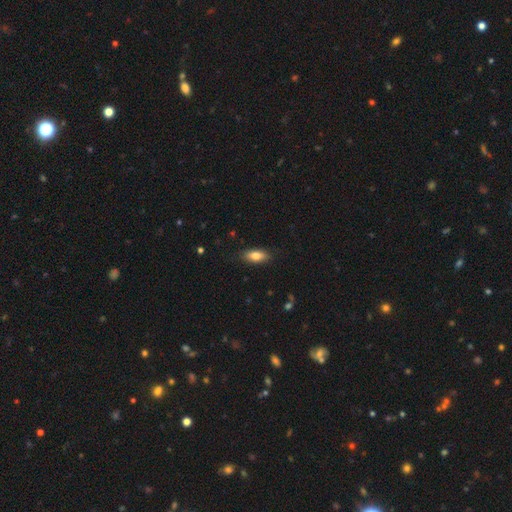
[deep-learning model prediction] Smooth or featured?
  - smooth: 78% *
  - featured or disk: 15%
  - star or artifact: 7%
How rounded?
  - in between: 81% *
  - cigar-shaped: 15%
  - round: 3%
Merging?
  - none: 86% *
  - minor disturbance: 11%
  - major disturbance: 2%
  - merger: 1%